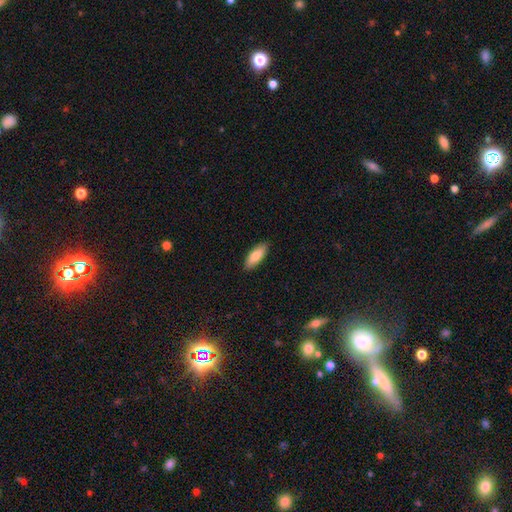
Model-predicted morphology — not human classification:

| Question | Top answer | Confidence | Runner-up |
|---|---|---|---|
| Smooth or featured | smooth | 80% | featured or disk (15%) |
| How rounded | in between | 70% | cigar-shaped (28%) |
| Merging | none | 89% | minor disturbance (9%) |